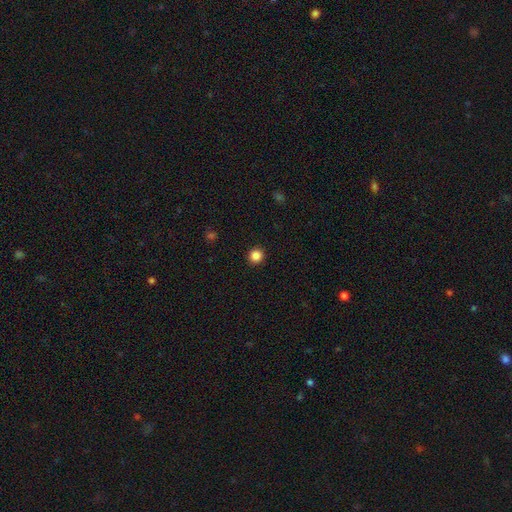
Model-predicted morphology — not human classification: Smooth or featured?
  - smooth: 86% *
  - star or artifact: 11%
  - featured or disk: 3%
How rounded?
  - round: 94% *
  - in between: 5%
  - cigar-shaped: 1%
Merging?
  - none: 93% *
  - minor disturbance: 4%
  - major disturbance: 2%
  - merger: 1%